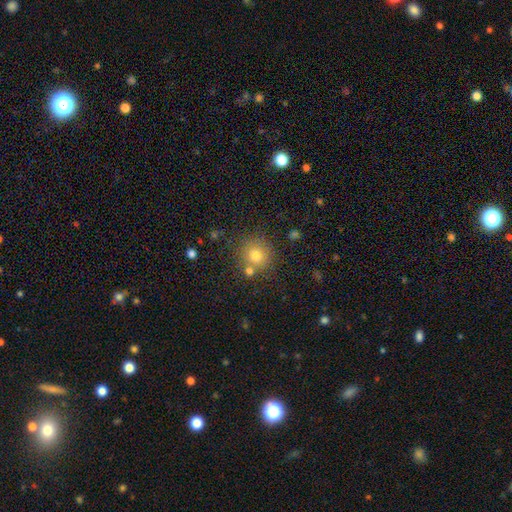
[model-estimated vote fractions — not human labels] Overall: smooth (76%). How rounded: round (90%). Merging: none (70%).